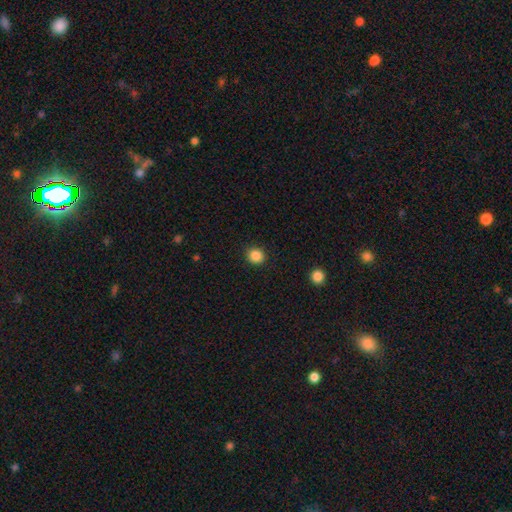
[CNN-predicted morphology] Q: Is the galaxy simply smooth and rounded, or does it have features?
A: smooth — 87%.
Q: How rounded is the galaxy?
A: round — 86%.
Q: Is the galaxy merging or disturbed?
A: none — 91%.